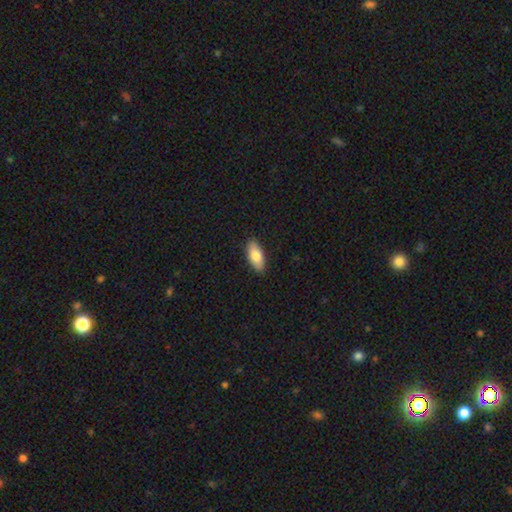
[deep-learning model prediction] Smooth or featured? smooth (80%)
How rounded? in between (85%)
Merging? none (90%)